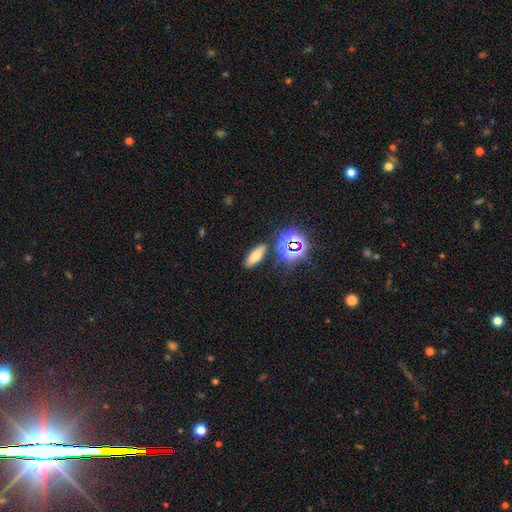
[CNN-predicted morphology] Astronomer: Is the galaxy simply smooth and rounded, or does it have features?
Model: smooth — 62%.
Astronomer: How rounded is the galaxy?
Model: in between — 61%.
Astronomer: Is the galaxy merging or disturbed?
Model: none — 83%.